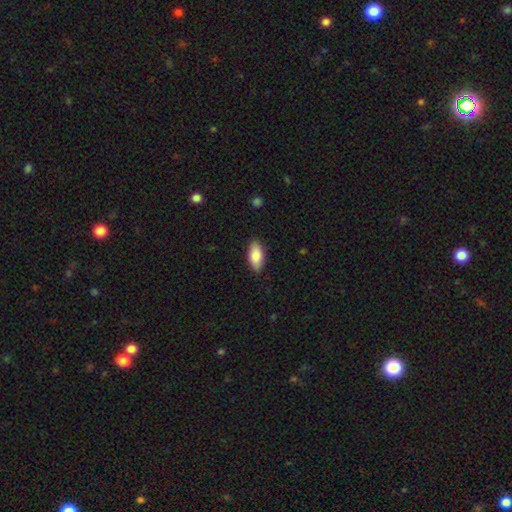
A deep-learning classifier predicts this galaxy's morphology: smooth_or_featured: smooth (p=0.85) [alt: featured or disk p=0.09]
how_rounded: in between (p=0.90) [alt: cigar-shaped p=0.08]
merging: none (p=0.87) [alt: minor disturbance p=0.10]